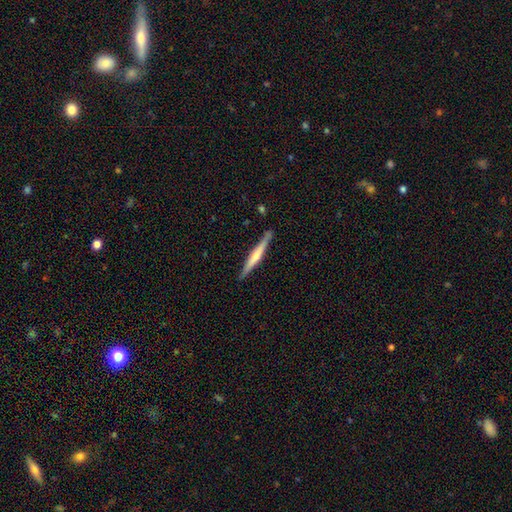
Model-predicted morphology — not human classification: featured or disk 54%, smooth 41%, star or artifact 5%. Down the decision tree: edge-on disk — yes (97%); edge-on bulge — none (42%); merging — none (88%).